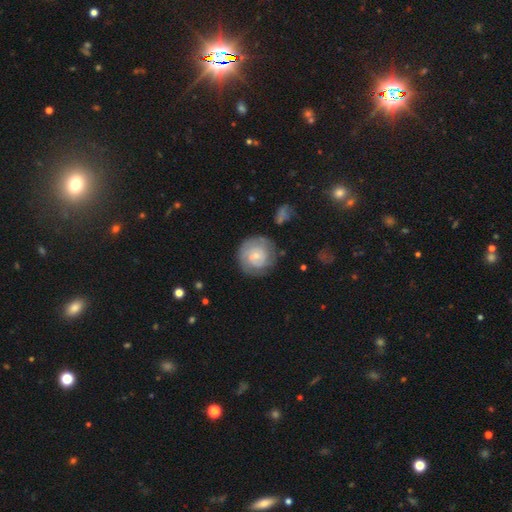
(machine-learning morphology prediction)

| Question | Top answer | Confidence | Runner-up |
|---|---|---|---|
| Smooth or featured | featured or disk | 55% | smooth (38%) |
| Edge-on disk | no | 98% | yes (2%) |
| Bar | no | 74% | weak (22%) |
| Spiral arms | yes | 74% | no (26%) |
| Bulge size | small | 70% | moderate (22%) |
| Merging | none | 68% | minor disturbance (18%) |